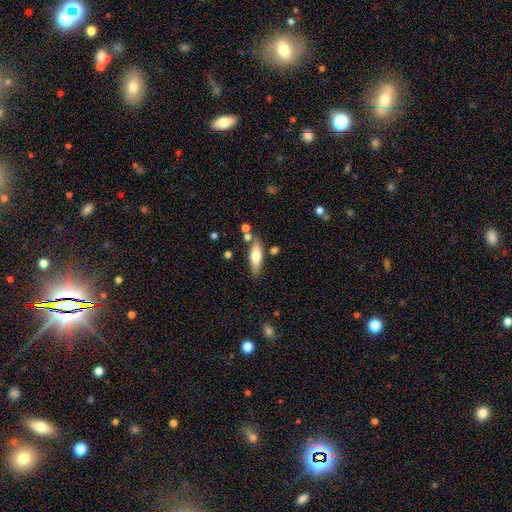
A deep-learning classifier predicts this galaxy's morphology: A smooth galaxy with no disk features (68%) that is in between round and cigar-shaped (51%). Merging: none (74%).